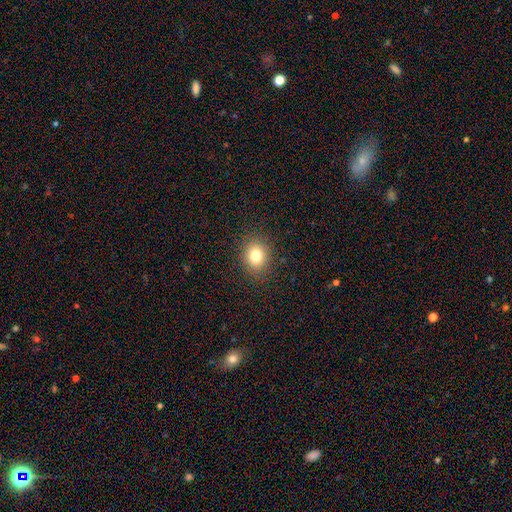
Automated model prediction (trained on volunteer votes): This appears to be a smooth galaxy with no disk features (79%) that is round (66%). Merging: none (89%).